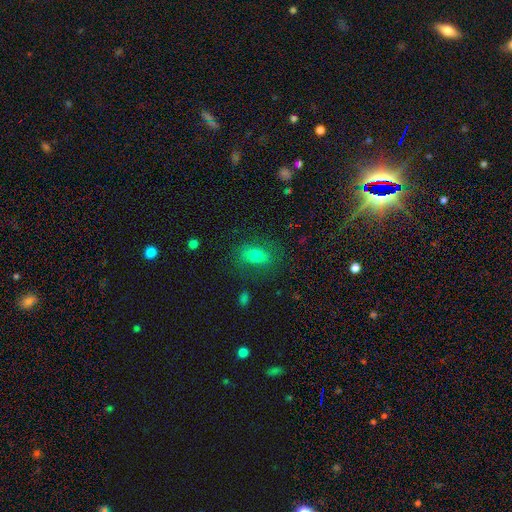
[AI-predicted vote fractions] Smooth or featured? Predicted: smooth (p=0.72). How rounded? Predicted: in between (p=0.78). Merging? Predicted: none (p=0.76).